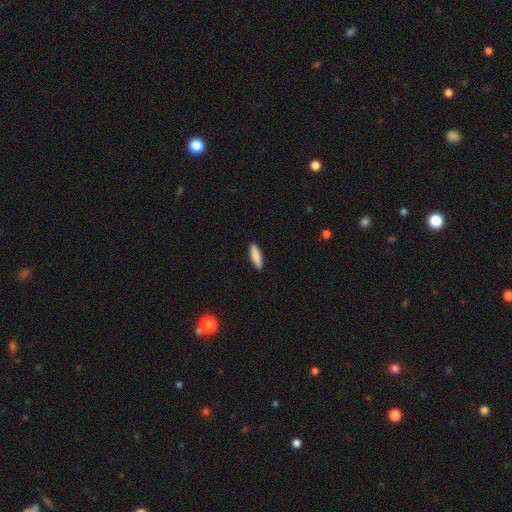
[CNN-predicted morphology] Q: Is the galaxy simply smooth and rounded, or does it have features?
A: smooth — 88%.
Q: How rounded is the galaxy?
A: cigar-shaped — 56%.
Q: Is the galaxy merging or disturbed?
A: none — 90%.